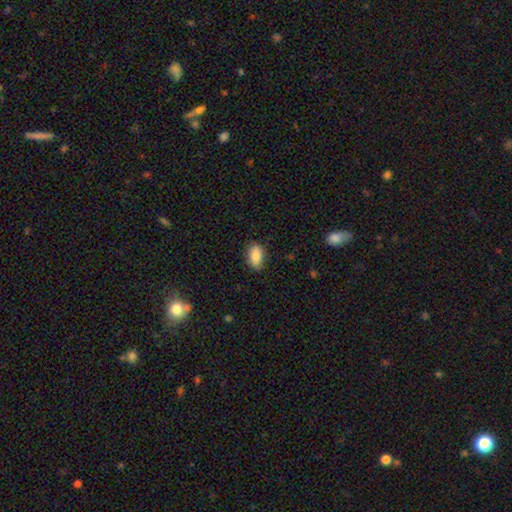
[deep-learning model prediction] Smooth or featured?
  - smooth: 84% *
  - featured or disk: 8%
  - star or artifact: 7%
How rounded?
  - in between: 90% *
  - round: 7%
  - cigar-shaped: 3%
Merging?
  - none: 83% *
  - minor disturbance: 14%
  - major disturbance: 3%
  - merger: 1%